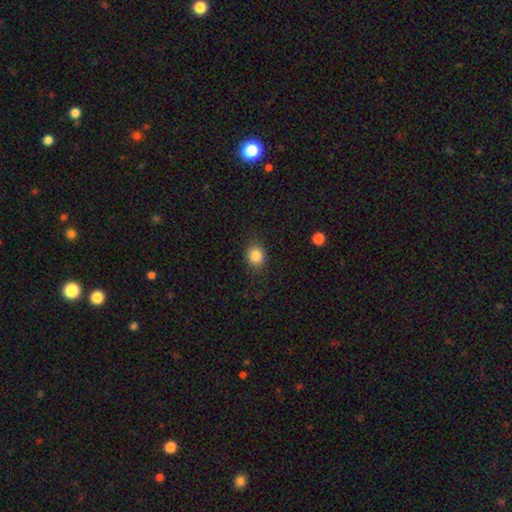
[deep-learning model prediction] Smooth or featured: smooth — 85% (star or artifact — 10%)
How rounded: round — 55% (in between — 44%)
Merging: none — 83% (minor disturbance — 13%)